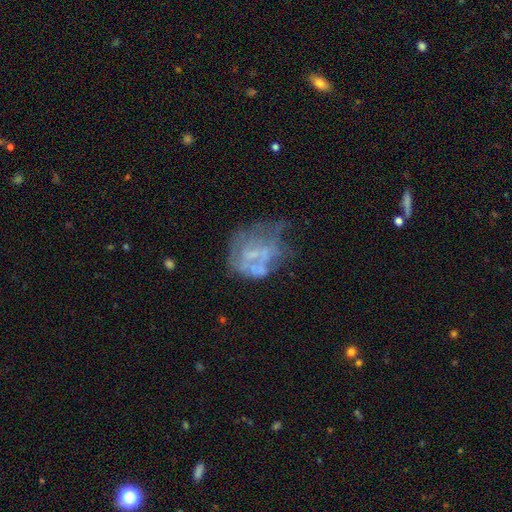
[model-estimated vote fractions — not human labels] featured or disk 58%, smooth 27%, star or artifact 14%. Down the decision tree: edge-on disk — no (98%); bar — no (79%); spiral arms — no (83%); bulge size — none (56%); merging — none (33%, tied with major disturbance).